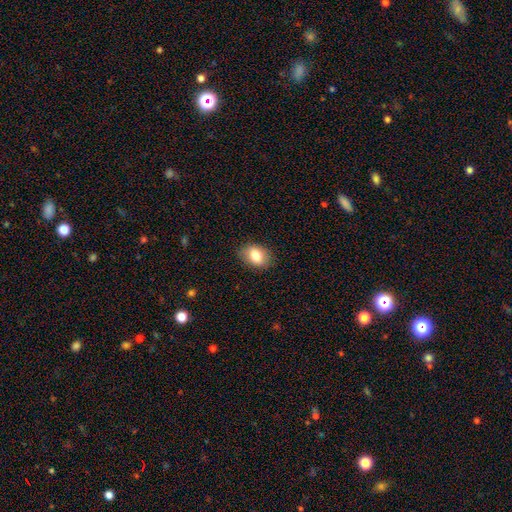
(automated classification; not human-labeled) Smooth or featured? smooth (81%)
How rounded? in between (79%)
Merging? none (84%)